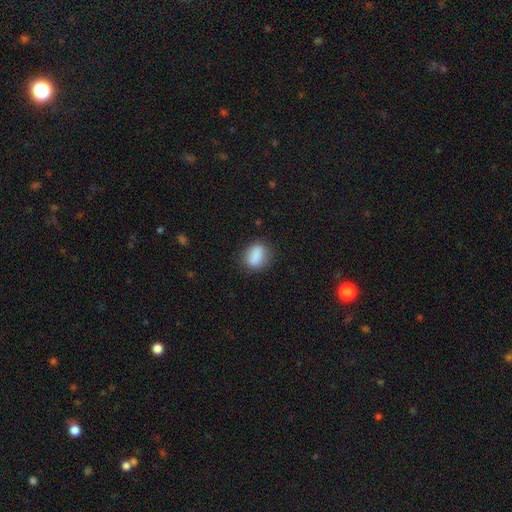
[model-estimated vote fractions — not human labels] Overall: smooth (86%). How rounded: in between (69%). Merging: none (79%).